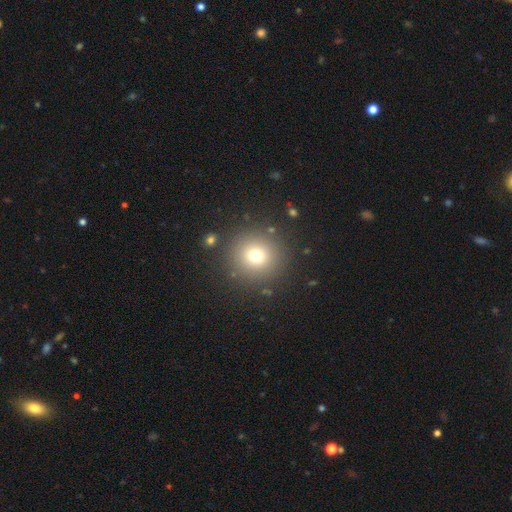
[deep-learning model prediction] smooth_or_featured: smooth (p=0.73) [alt: star or artifact p=0.17]
how_rounded: round (p=0.95) [alt: in between p=0.04]
merging: none (p=0.88) [alt: minor disturbance p=0.06]